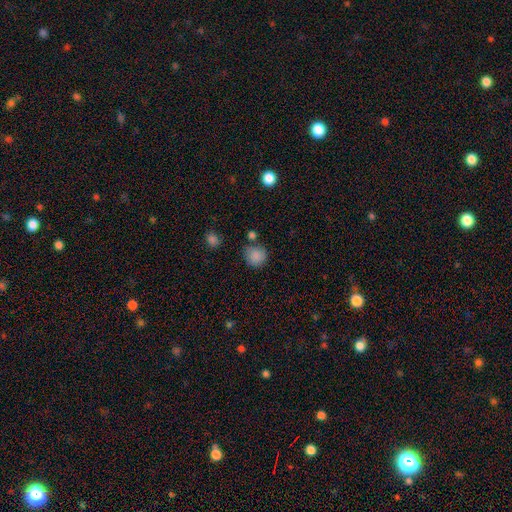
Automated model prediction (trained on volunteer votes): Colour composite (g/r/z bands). It shows a smooth galaxy with no disk features (85%) that is round (87%). Merging: none (72%).